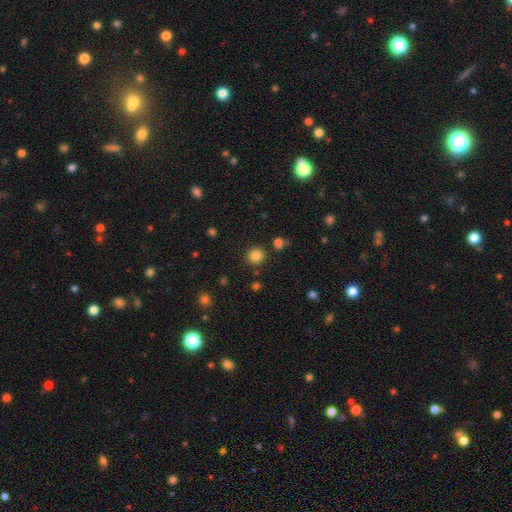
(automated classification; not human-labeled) Q: Smooth or featured?
A: smooth (84%); runner-up: star or artifact (12%)
Q: How rounded?
A: round (92%); runner-up: in between (7%)
Q: Merging?
A: none (86%); runner-up: minor disturbance (7%)